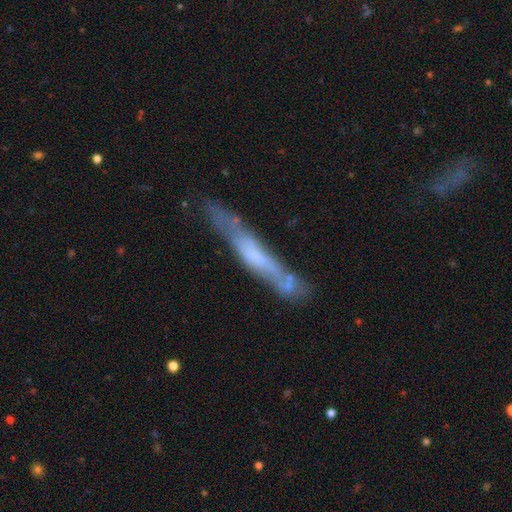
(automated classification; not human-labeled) Q: Smooth or featured?
A: featured or disk (57%); runner-up: smooth (36%)
Q: Edge-on disk?
A: yes (76%); runner-up: no (24%)
Q: Merging?
A: none (62%); runner-up: minor disturbance (22%)